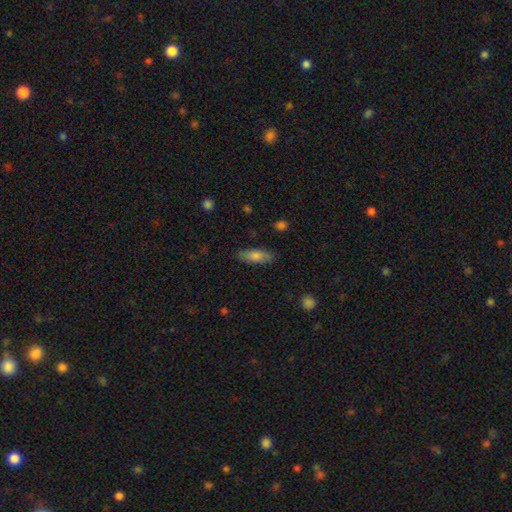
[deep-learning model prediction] Q: Smooth or featured?
A: smooth (79%); runner-up: featured or disk (15%)
Q: How rounded?
A: in between (61%); runner-up: cigar-shaped (37%)
Q: Merging?
A: none (85%); runner-up: minor disturbance (11%)